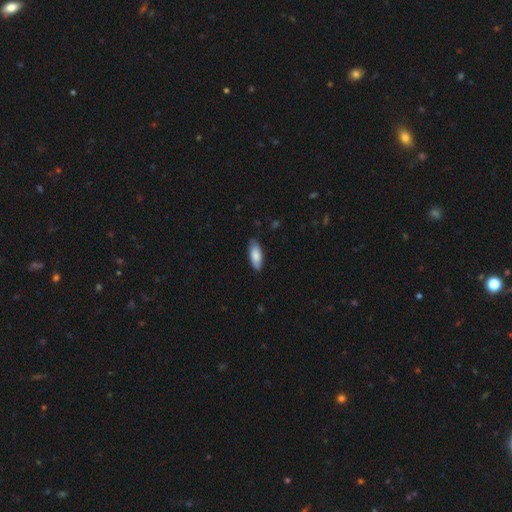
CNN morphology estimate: Smooth or featured? Predicted: smooth (p=0.84). How rounded? Predicted: in between (p=0.76). Merging? Predicted: none (p=0.83).